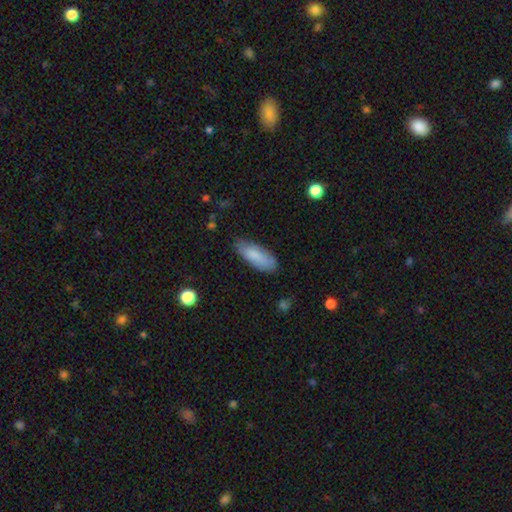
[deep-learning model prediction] The model was most divided on "how rounded": in between: 74%, cigar-shaped: 24%, round: 2%. More confident: smooth or featured — smooth (82%); merging — none (77%).